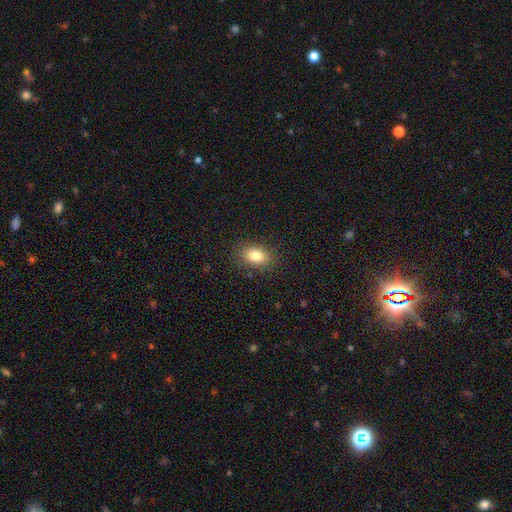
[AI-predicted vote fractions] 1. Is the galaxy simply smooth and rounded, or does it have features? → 82% smooth, 9% star or artifact, 8% featured or disk.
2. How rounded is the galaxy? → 80% in between, 19% round, 2% cigar-shaped.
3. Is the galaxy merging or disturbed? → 86% none, 10% minor disturbance, 3% major disturbance, 1% merger.